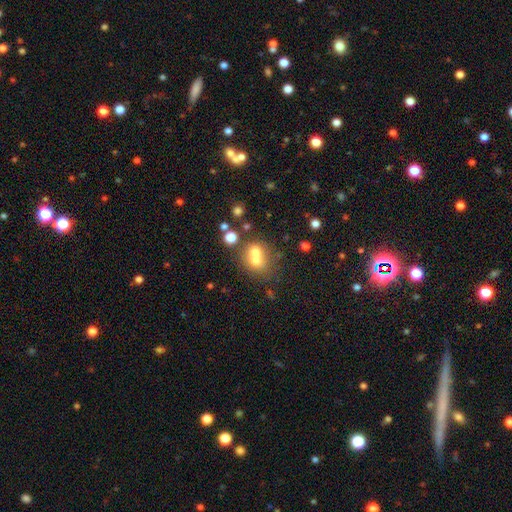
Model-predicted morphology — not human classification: A smooth galaxy with no disk features (62%) that is round (59%). Merging: merger (55%).